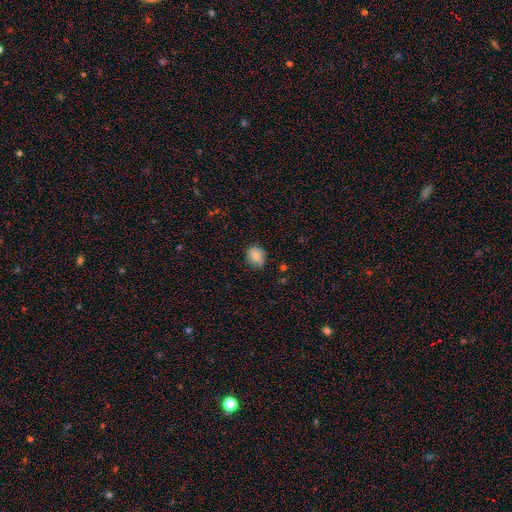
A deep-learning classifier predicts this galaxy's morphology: smooth-or-featured: smooth: 84% | star or artifact: 8% | featured or disk: 7%
  how-rounded: round: 49% (tied) | in between: 49% (tied) | cigar-shaped: 1%
  merging: none: 76% | minor disturbance: 20% | major disturbance: 3% | merger: 1%